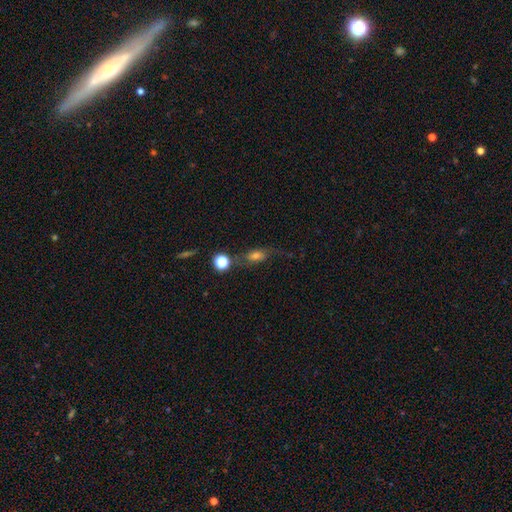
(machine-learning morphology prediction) smooth-or-featured: smooth: 57% | featured or disk: 28% | star or artifact: 15%
  how-rounded: in between: 67% | round: 18% | cigar-shaped: 15%
  merging: none: 50% | minor disturbance: 22% | major disturbance: 19% | merger: 10%